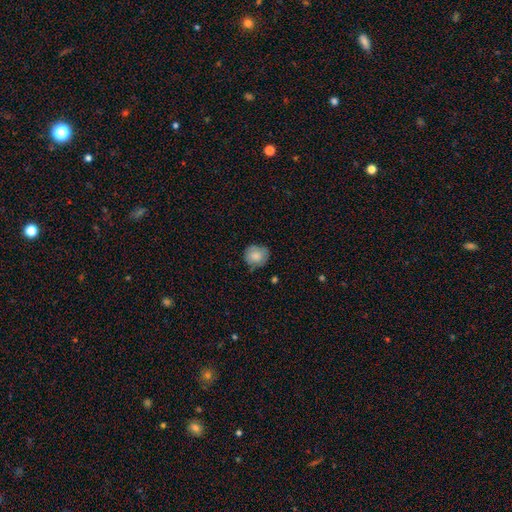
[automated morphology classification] This is likely a smooth galaxy (79%). How rounded: clearly round (83%). Merging: likely none (69%).